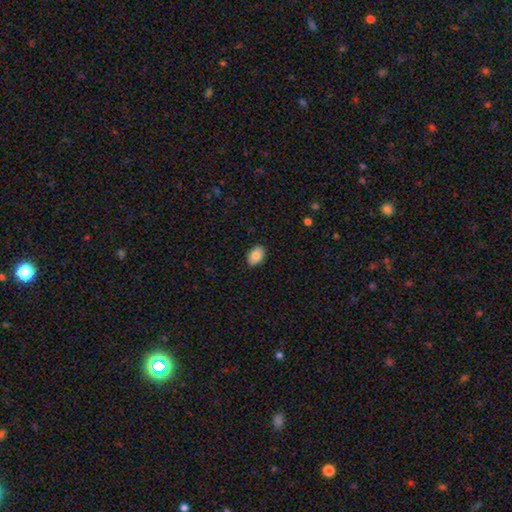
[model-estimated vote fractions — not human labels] The model was most divided on "merging": none: 88%, minor disturbance: 10%, major disturbance: 2%, merger: 1%. More confident: how rounded — in between (88%); smooth or featured — smooth (86%).